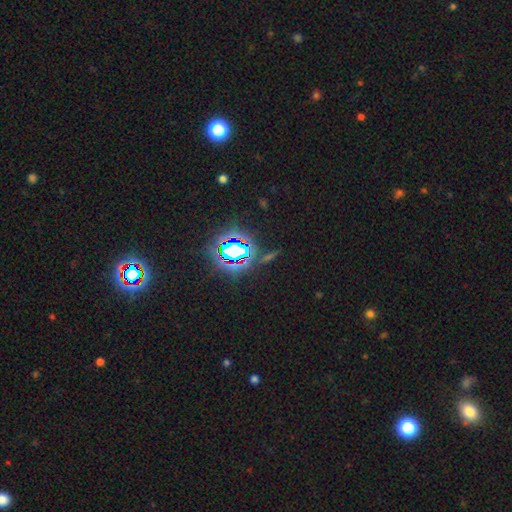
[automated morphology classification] Smooth or featured? star or artifact (83%)